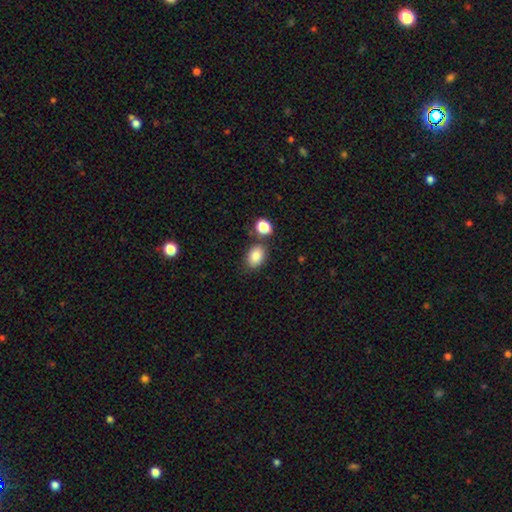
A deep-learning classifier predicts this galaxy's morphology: This appears to be a smooth galaxy with no disk features (86%) that is in between round and cigar-shaped (80%). Merging: none (72%).